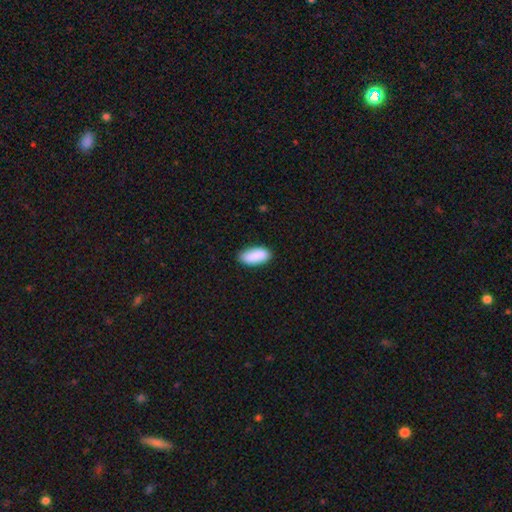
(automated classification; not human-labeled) A smooth galaxy with no disk features (90%) that is in between round and cigar-shaped (89%). Merging: none (85%).